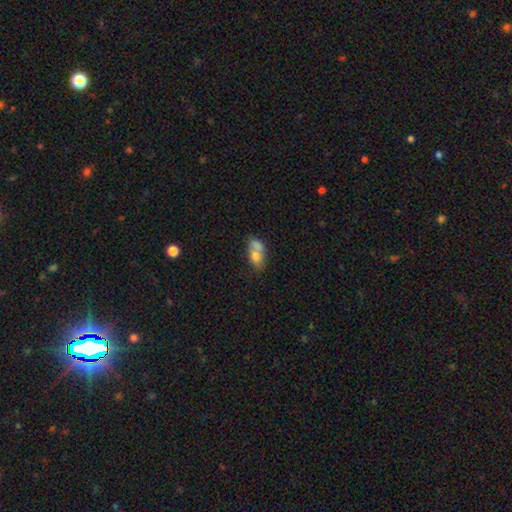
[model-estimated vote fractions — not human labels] Smooth or featured: smooth — 69% (featured or disk — 23%)
How rounded: in between — 78% (round — 18%)
Merging: merger — 56% (none — 25%)